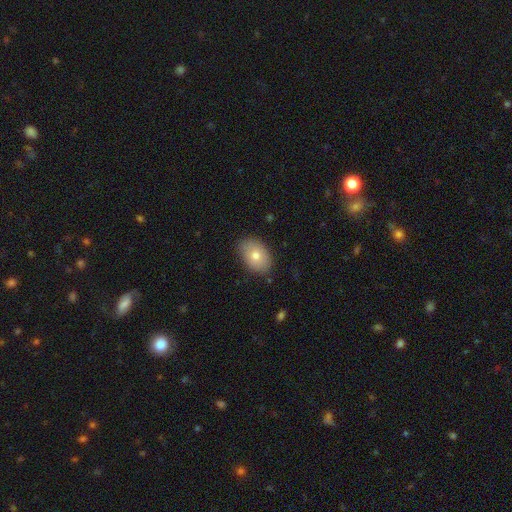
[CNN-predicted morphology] Overall: smooth (75%). How rounded: in between (85%). Merging: none (84%).